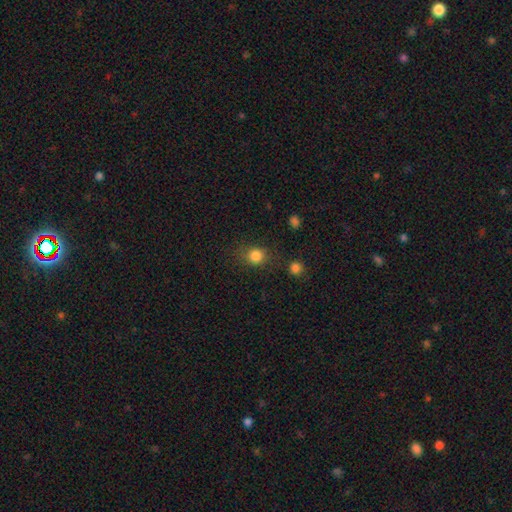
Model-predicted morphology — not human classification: This appears to be a smooth galaxy with no disk features (83%) that is round (79%). Merging: none (76%).